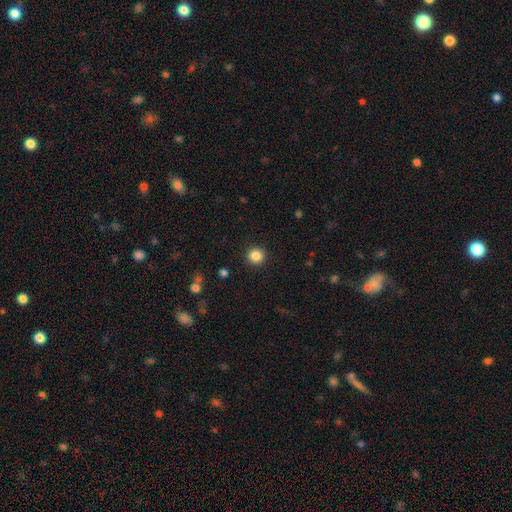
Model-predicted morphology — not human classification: A smooth galaxy with no disk features (85%) that is round (95%). Merging: none (93%).